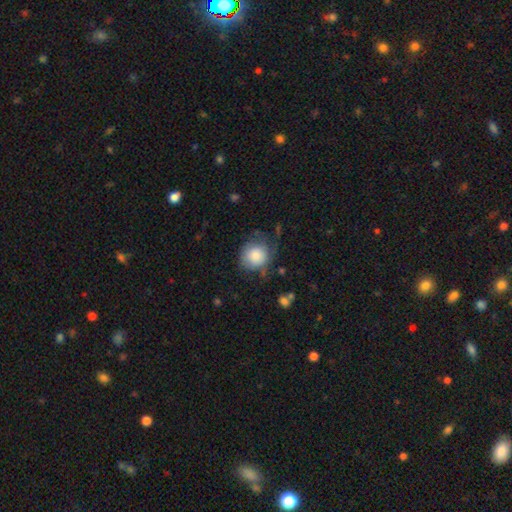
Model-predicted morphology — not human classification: A smooth galaxy with no disk features (76%) that is round (85%).

Vote fractions:
- Smooth or featured? smooth: 76% / featured or disk: 17% / star or artifact: 7%
- How rounded? round: 85% / in between: 14% / cigar-shaped: 1%
- Merging? none: 52% / minor disturbance: 28% / major disturbance: 18% / merger: 2%